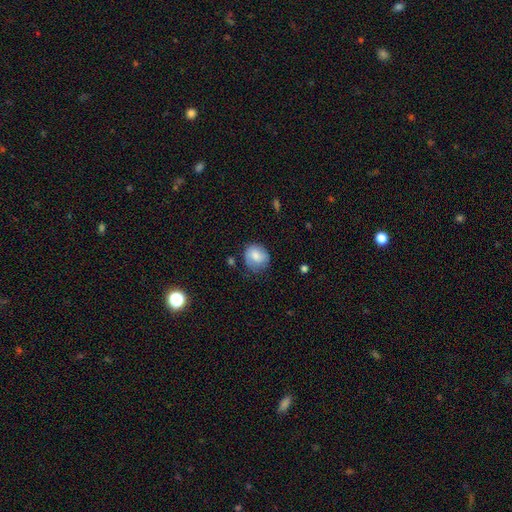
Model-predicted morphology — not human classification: Smooth or featured: smooth — 74% (featured or disk — 18%)
How rounded: round — 77% (in between — 22%)
Merging: none — 65% (minor disturbance — 25%)